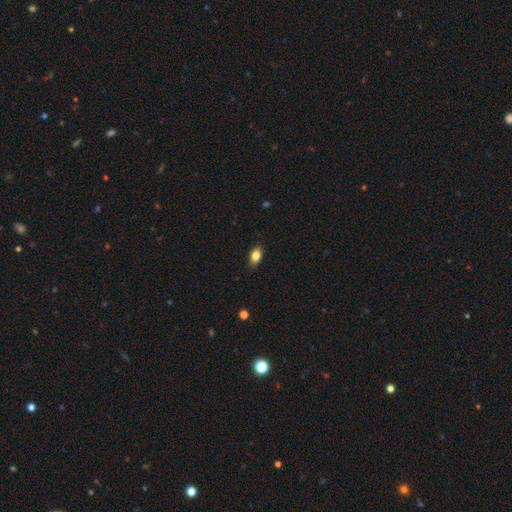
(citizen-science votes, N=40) Overall: smooth (72%). How rounded: in between (97%). Merging: none (74%).